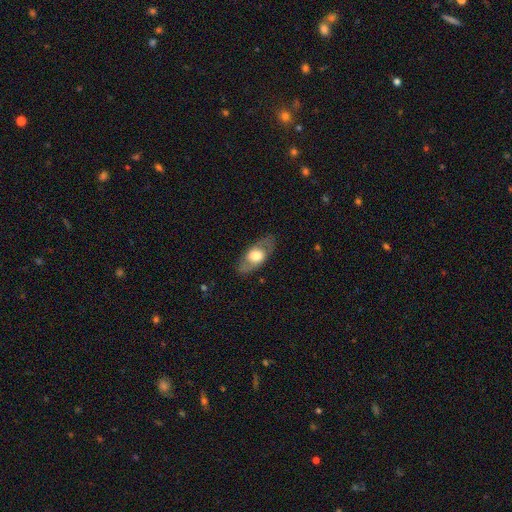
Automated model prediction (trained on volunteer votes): Smooth or featured: smooth — 48% (featured or disk — 46%)
Merging: none — 81% (minor disturbance — 13%)